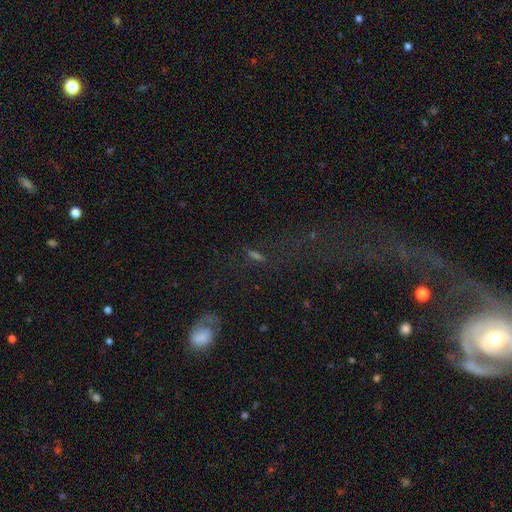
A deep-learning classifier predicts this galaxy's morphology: smooth 37%, star or artifact 34%, featured or disk 29%. Down the decision tree: merging — none (68%).